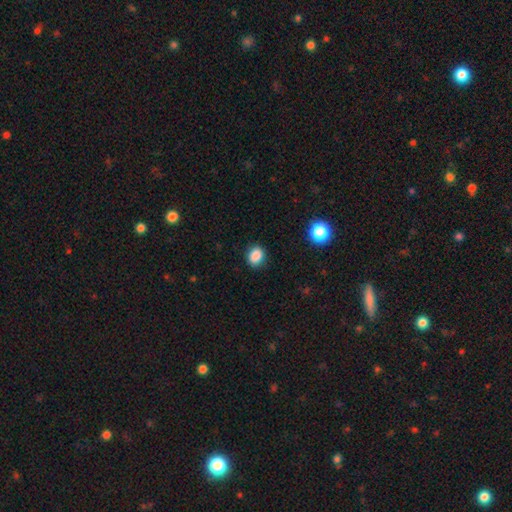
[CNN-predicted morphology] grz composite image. It shows a smooth galaxy with no disk features (87%) that is in between round and cigar-shaped (50%). Merging: none (87%).